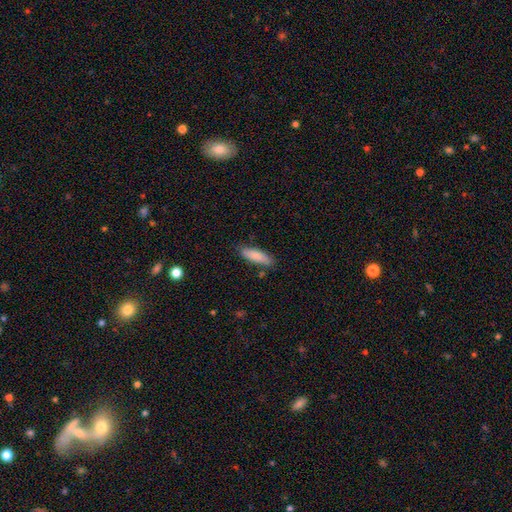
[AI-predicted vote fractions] Overall: smooth (85%). How rounded: cigar-shaped (50%; in between 49%). Merging: none (79%).